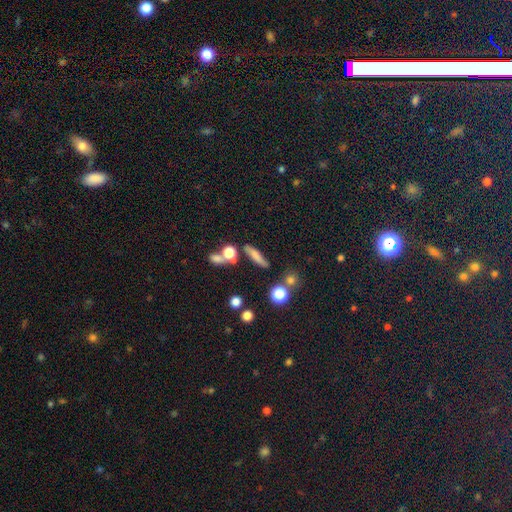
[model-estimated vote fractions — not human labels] Q: Smooth or featured?
A: smooth (68%); runner-up: featured or disk (20%)
Q: How rounded?
A: cigar-shaped (70%); runner-up: in between (20%)
Q: Merging?
A: none (70%); runner-up: minor disturbance (13%)